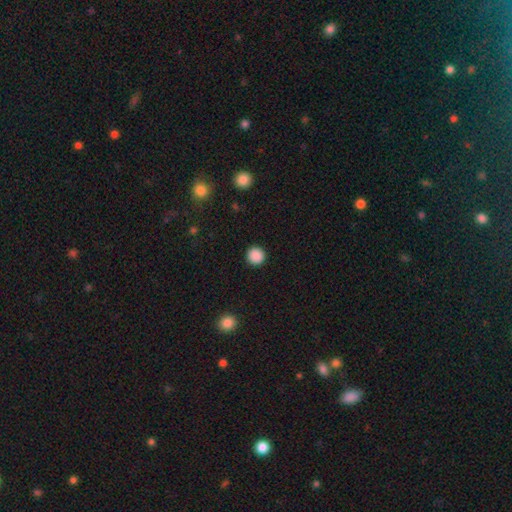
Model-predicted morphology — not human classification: Smooth or featured? Predicted: smooth (p=0.89). How rounded? Predicted: round (p=0.95). Merging? Predicted: none (p=0.93).